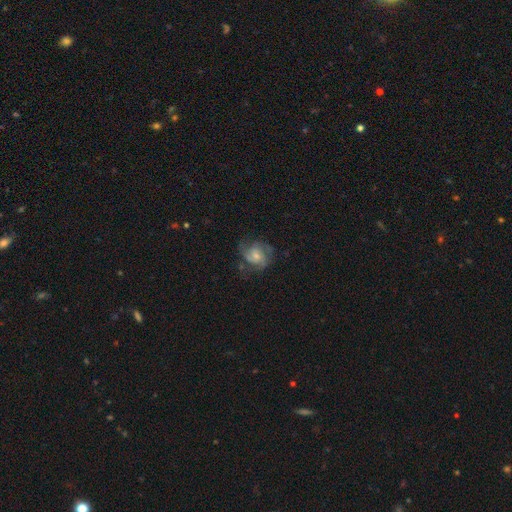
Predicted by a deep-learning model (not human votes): A featured or disk galaxy (70%) with no bar (61%), 2 (47%) medium (48%) spiral arms (89%) and a small central bulge (52%). Merging: none (58%).